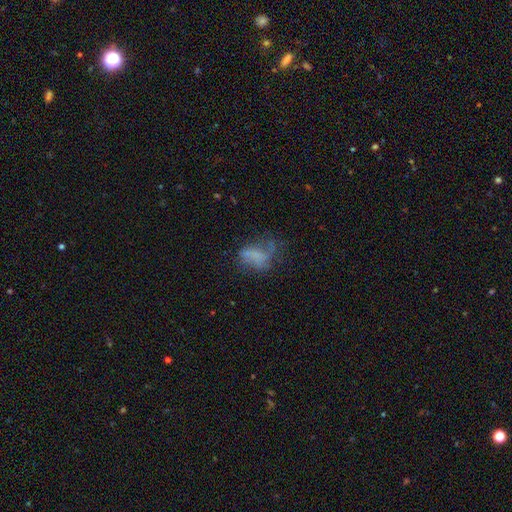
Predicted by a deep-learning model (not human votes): Overall: featured or disk (45%; smooth 40%). Merging: none (36%; major disturbance 35%).